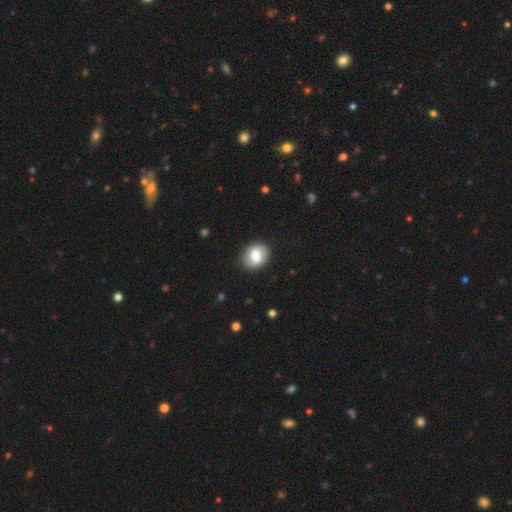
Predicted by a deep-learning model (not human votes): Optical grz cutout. It shows a smooth galaxy with no disk features (72%) that is round (53%). Merging: none (87%).